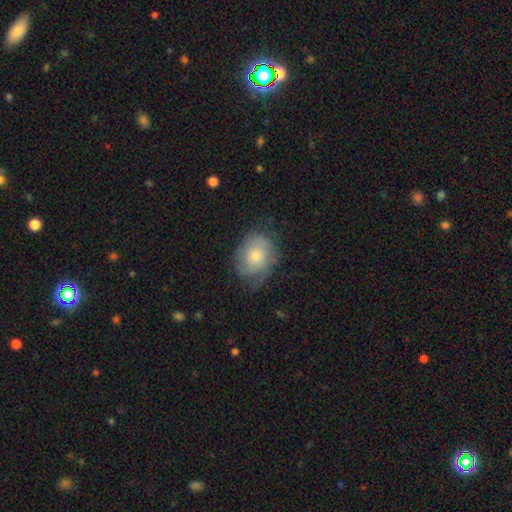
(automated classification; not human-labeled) Morphology: type=smooth (46%, tied with featured or disk); merging=none (61%).